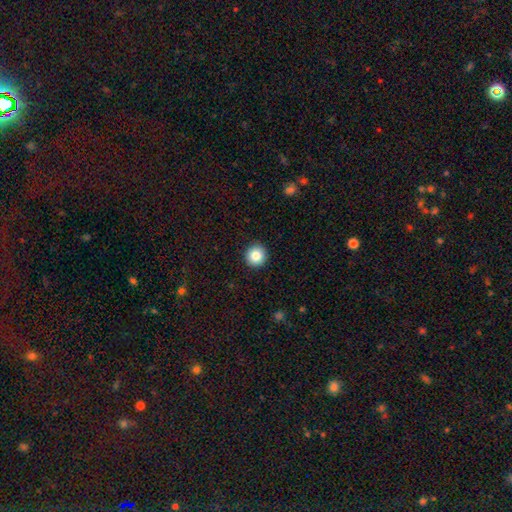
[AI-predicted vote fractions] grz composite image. It shows a smooth galaxy with no disk features (84%) that is round (94%). Merging: none (93%).